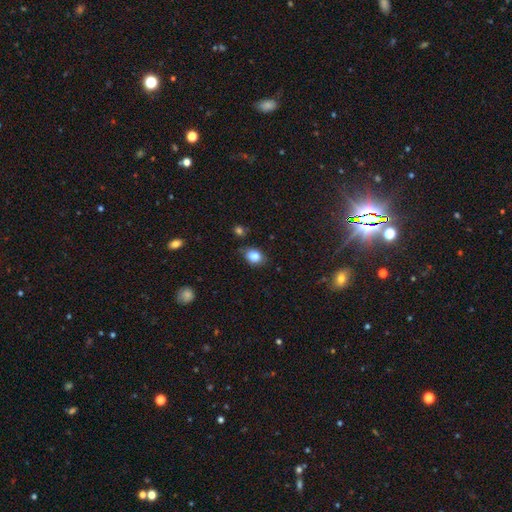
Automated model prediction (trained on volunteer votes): Smooth or featured?
  - smooth: 84% *
  - star or artifact: 10%
  - featured or disk: 7%
How rounded?
  - in between: 64% *
  - round: 34%
  - cigar-shaped: 1%
Merging?
  - none: 70% *
  - minor disturbance: 23%
  - major disturbance: 4%
  - merger: 3%